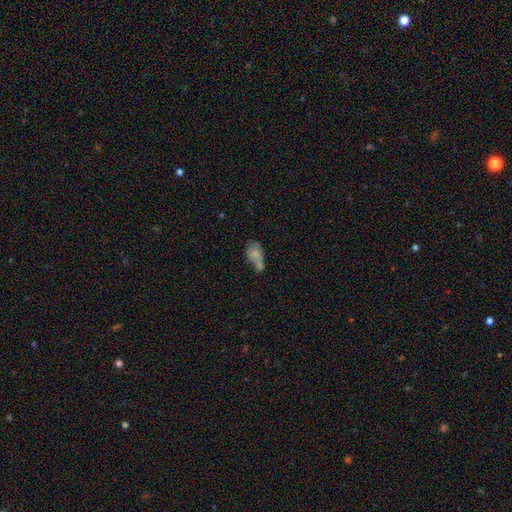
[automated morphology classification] Overall: smooth (63%; featured or disk 25%). How rounded: in between (82%). Merging: merger (38%; none 26%).